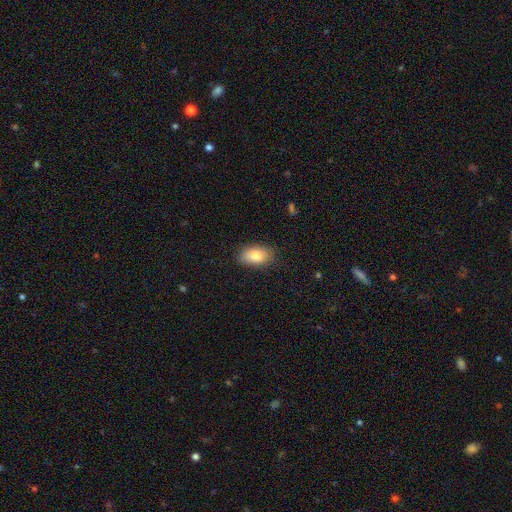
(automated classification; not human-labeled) smooth_or_featured: smooth (p=0.81) [alt: featured or disk p=0.11]
how_rounded: in between (p=0.91) [alt: round p=0.07]
merging: none (p=0.83) [alt: minor disturbance p=0.13]